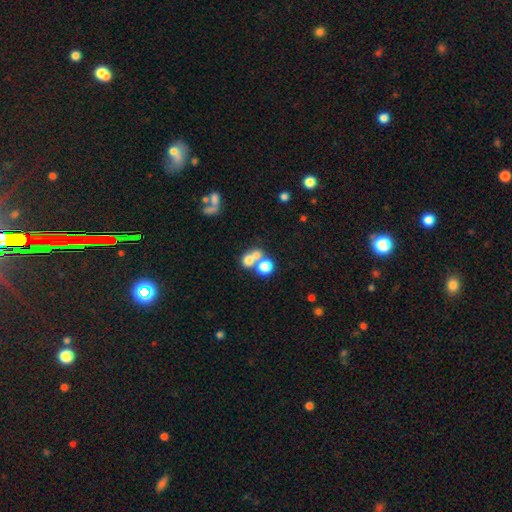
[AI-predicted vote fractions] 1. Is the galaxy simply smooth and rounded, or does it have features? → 65% smooth, 19% featured or disk, 16% star or artifact.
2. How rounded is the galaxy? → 75% round, 23% in between, 1% cigar-shaped.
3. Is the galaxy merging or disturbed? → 53% merger, 35% none, 6% minor disturbance, 5% major disturbance.